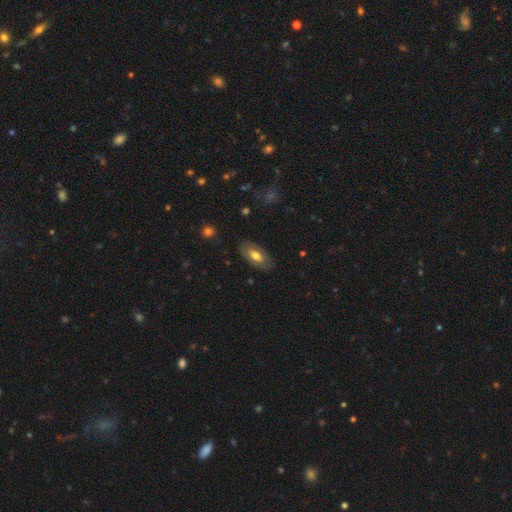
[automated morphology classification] Smooth or featured? Predicted: smooth (p=0.60). How rounded? Predicted: in between (p=0.91). Merging? Predicted: none (p=0.83).